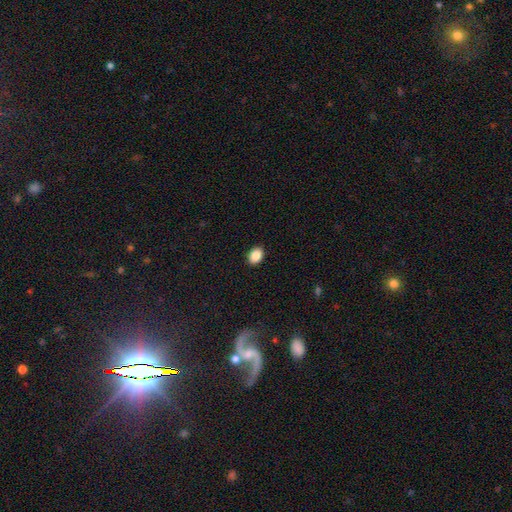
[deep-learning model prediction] This appears to be a smooth galaxy with no disk features (88%) that is in between round and cigar-shaped (73%). Merging: none (90%).